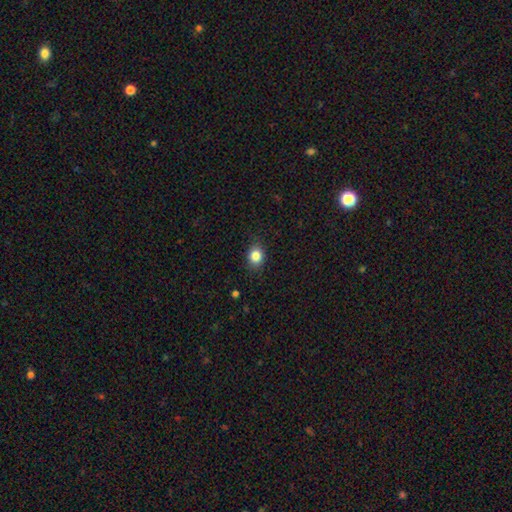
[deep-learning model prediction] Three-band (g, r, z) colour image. It shows a smooth galaxy with no disk features (84%) that is round (57%). Merging: none (86%).